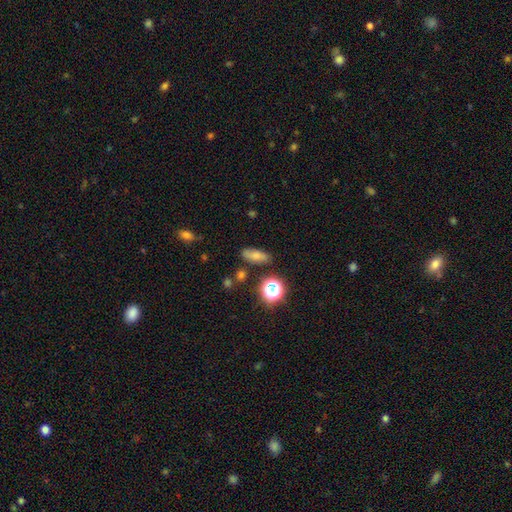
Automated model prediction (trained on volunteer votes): Smooth or featured?
  - smooth: 71% *
  - star or artifact: 16%
  - featured or disk: 13%
How rounded?
  - in between: 64% *
  - cigar-shaped: 25%
  - round: 11%
Merging?
  - none: 78% *
  - minor disturbance: 13%
  - merger: 4%
  - major disturbance: 4%